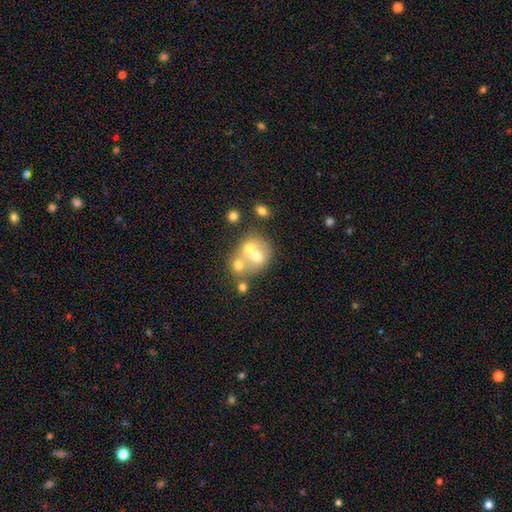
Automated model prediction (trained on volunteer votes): Smooth or featured?
  - smooth: 55% *
  - featured or disk: 33%
  - star or artifact: 13%
How rounded?
  - round: 67% *
  - in between: 32%
  - cigar-shaped: 1%
Merging?
  - merger: 58% *
  - none: 29%
  - minor disturbance: 8%
  - major disturbance: 5%